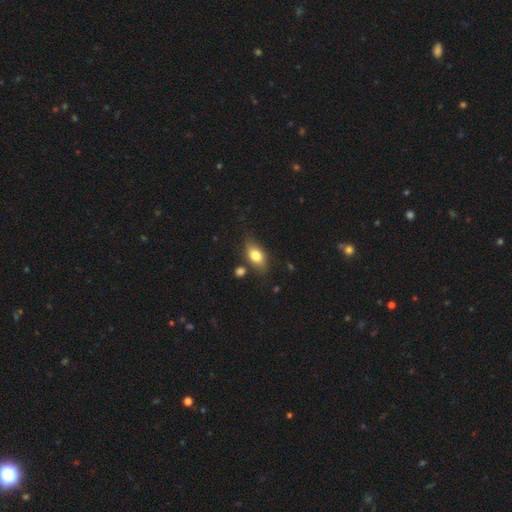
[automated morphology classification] smooth_or_featured: smooth (p=0.78) [alt: featured or disk p=0.15]
how_rounded: in between (p=0.86) [alt: round p=0.08]
merging: none (p=0.75) [alt: minor disturbance p=0.16]